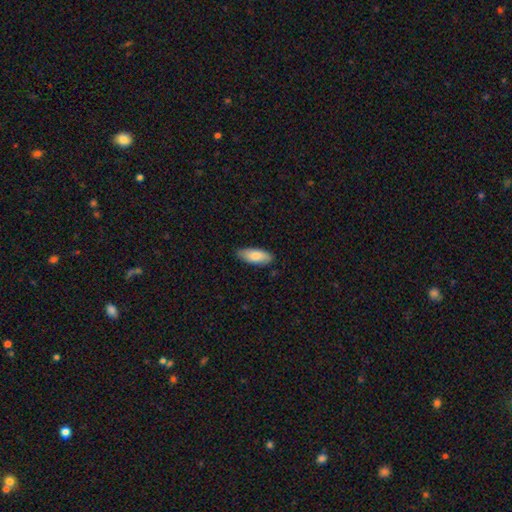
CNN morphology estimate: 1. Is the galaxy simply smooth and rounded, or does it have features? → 81% smooth, 13% featured or disk, 6% star or artifact.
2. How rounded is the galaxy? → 82% in between, 17% cigar-shaped, 2% round.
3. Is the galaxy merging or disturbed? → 82% none, 15% minor disturbance, 2% major disturbance, 1% merger.